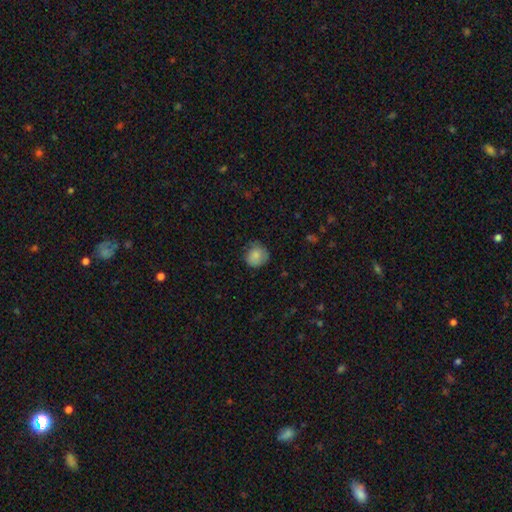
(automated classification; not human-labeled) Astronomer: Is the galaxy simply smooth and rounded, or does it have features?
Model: smooth — 83%.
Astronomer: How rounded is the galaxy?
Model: round — 83%.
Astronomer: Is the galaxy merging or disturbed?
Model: none — 65%.